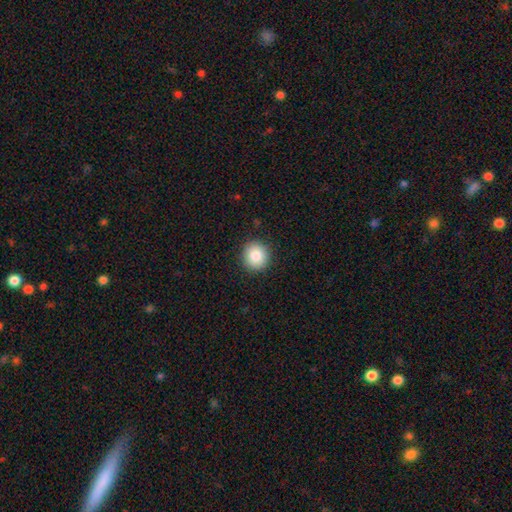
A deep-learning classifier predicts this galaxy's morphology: This is clearly a smooth galaxy (85%). How rounded: clearly round (92%). Merging: clearly none (91%).